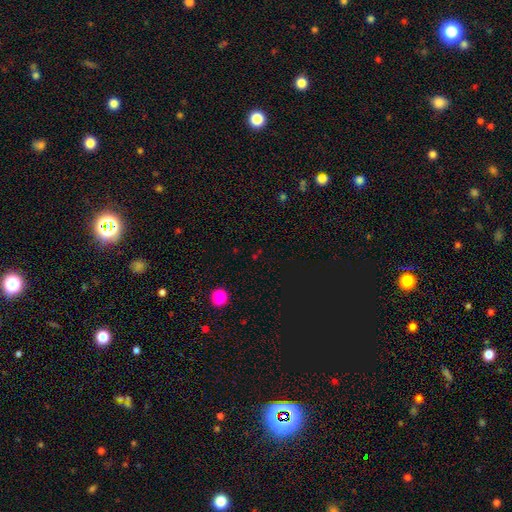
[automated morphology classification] Overall: star or artifact (63%; smooth 30%).